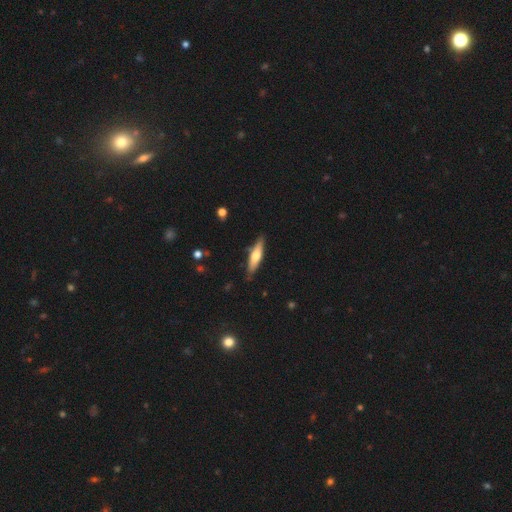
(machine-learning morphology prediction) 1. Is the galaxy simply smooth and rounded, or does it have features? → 49% smooth, 46% featured or disk, 5% star or artifact.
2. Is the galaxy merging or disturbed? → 84% none, 12% minor disturbance, 2% major disturbance, 2% merger.